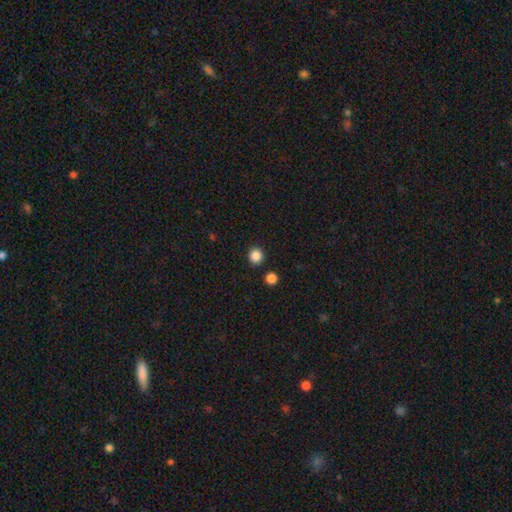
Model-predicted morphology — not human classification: A smooth galaxy with no disk features (86%) that is round (89%). Merging: none (90%).